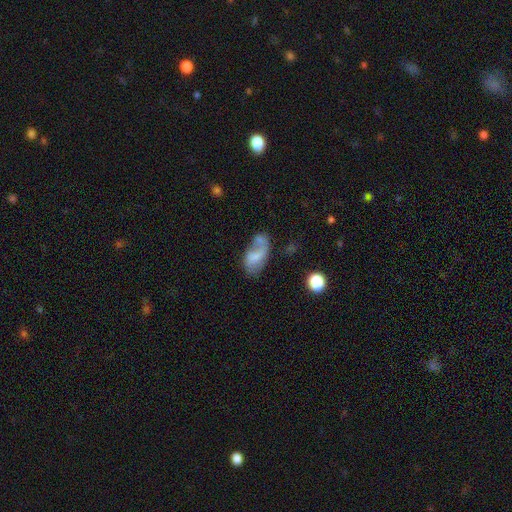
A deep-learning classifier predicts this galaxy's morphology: This is possibly a smooth galaxy (55%). How rounded: clearly in between (90%). Merging: marginally none (34%).